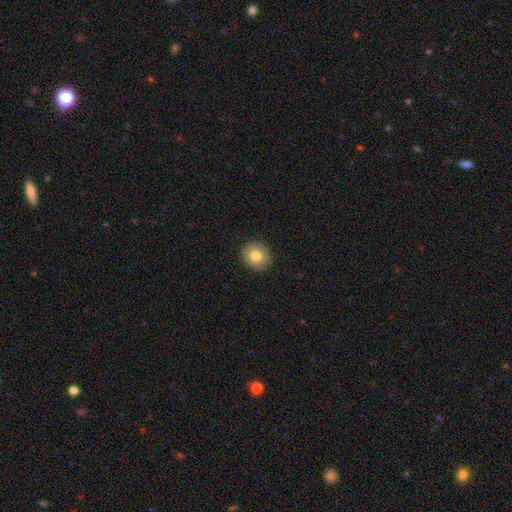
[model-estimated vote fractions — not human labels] This is likely a smooth galaxy (78%). How rounded: clearly round (81%). Merging: clearly none (90%).